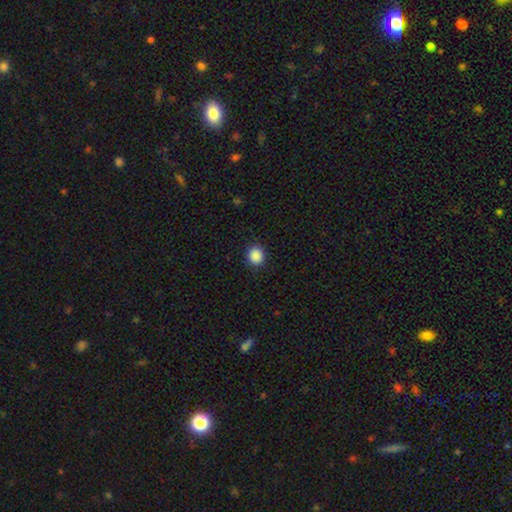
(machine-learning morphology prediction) The model was most divided on "how rounded": round: 83%, in between: 16%, cigar-shaped: 1%. More confident: merging — none (91%); smooth or featured — smooth (89%).